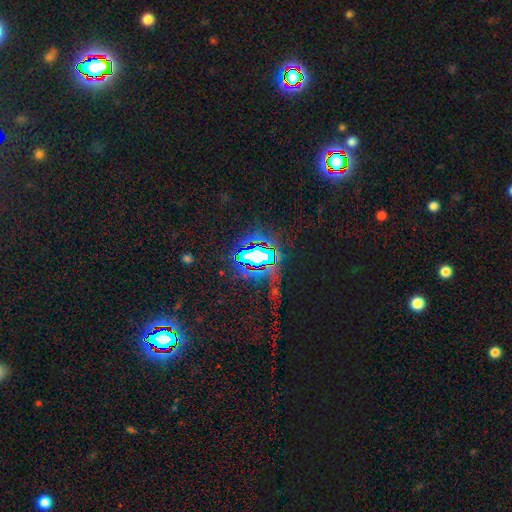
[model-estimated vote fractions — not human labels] smooth-or-featured: star or artifact: 78% | smooth: 12% | featured or disk: 9%